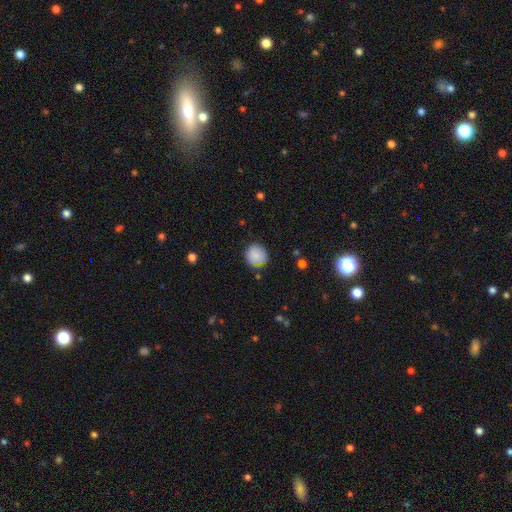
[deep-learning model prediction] This appears to be a smooth galaxy with no disk features (86%) that is round (90%). Merging: none (81%).